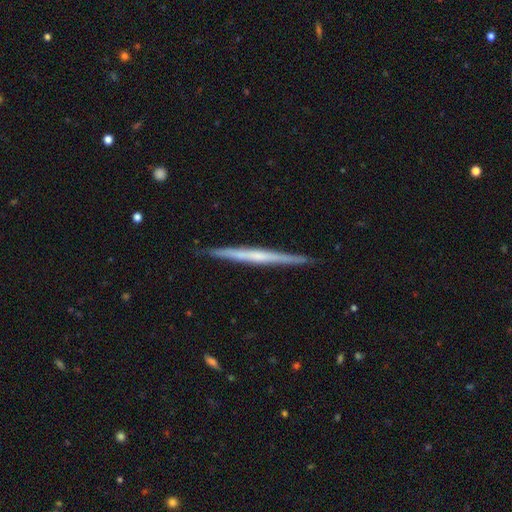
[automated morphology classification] Q: Smooth or featured?
A: featured or disk (65%); runner-up: smooth (30%)
Q: Edge-on disk?
A: yes (98%); runner-up: no (2%)
Q: Edge-on bulge?
A: none (69%); runner-up: rounded (23%)
Q: Merging?
A: none (91%); runner-up: minor disturbance (7%)